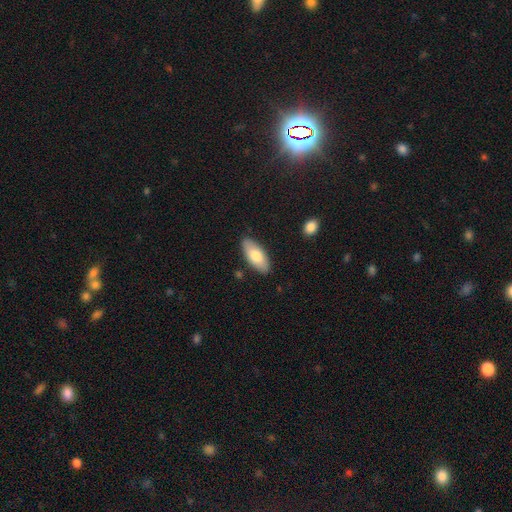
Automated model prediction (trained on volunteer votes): Smooth or featured? Predicted: smooth (p=0.76). How rounded? Predicted: in between (p=0.88). Merging? Predicted: none (p=0.86).